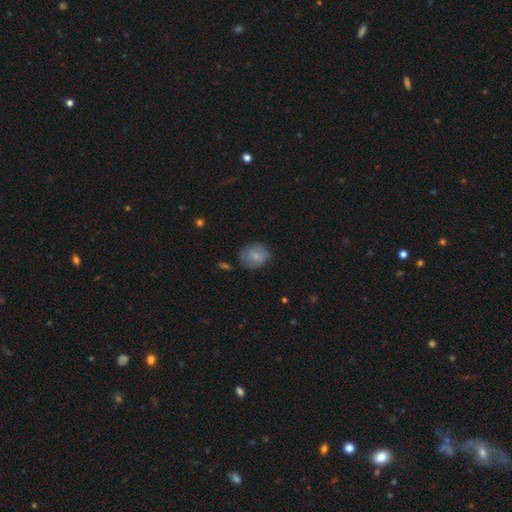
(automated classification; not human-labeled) Overall: smooth (68%). How rounded: round (66%; in between 33%). Merging: none (67%).